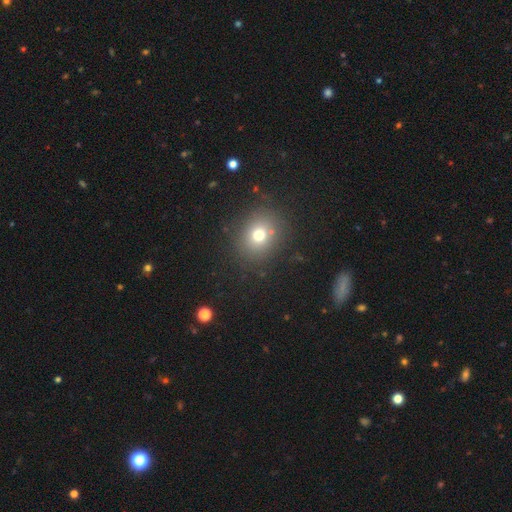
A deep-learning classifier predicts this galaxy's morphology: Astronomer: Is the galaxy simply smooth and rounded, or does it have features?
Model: smooth — 66%.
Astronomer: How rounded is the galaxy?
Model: round — 75%.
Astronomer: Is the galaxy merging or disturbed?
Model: none — 89%.